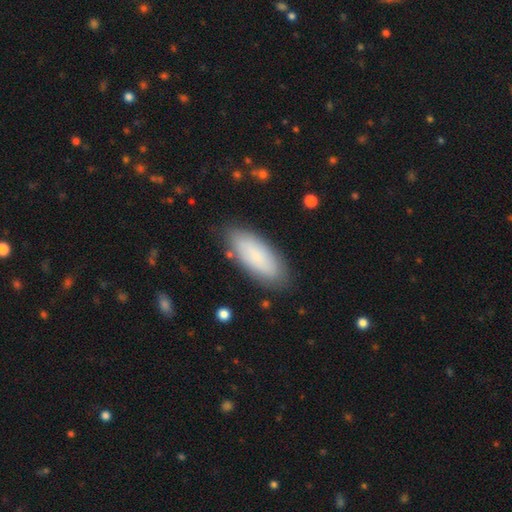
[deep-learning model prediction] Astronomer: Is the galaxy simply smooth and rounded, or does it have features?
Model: smooth — 82%.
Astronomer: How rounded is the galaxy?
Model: in between — 79%.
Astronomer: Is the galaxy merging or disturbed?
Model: none — 83%.